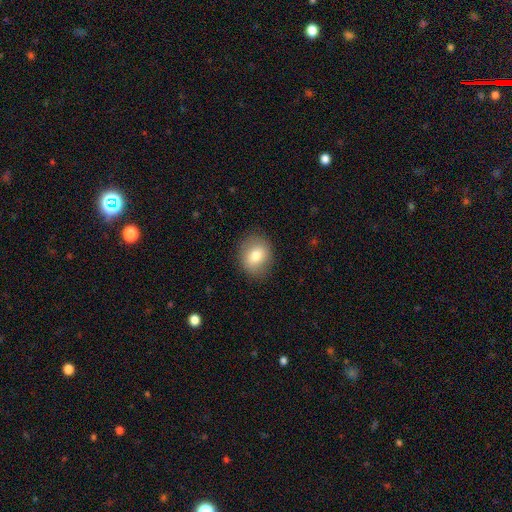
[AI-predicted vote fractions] smooth 75%, featured or disk 16%, star or artifact 9%. Down the decision tree: how rounded — round (60%); merging — none (85%).